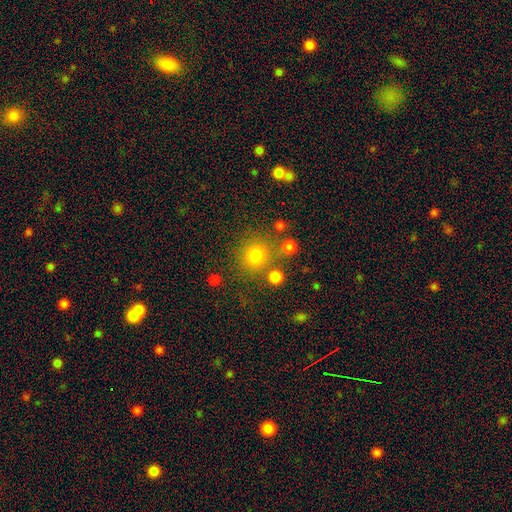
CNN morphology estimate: The model was most divided on "smooth or featured": smooth: 77%, star or artifact: 15%, featured or disk: 7%. More confident: how rounded — round (92%); merging — none (75%).